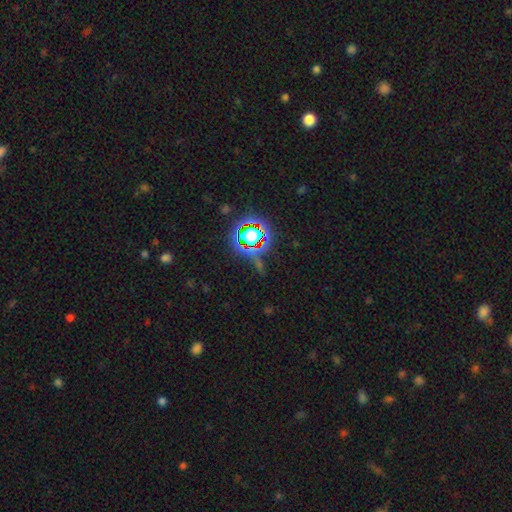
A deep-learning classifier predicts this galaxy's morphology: Smooth or featured?
  - star or artifact: 79% *
  - smooth: 13%
  - featured or disk: 8%